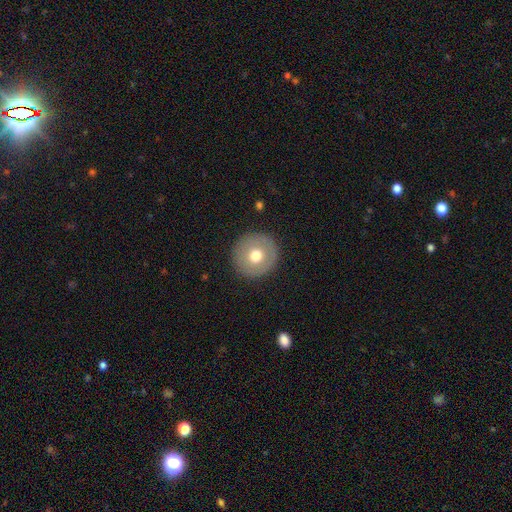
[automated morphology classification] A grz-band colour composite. It shows a smooth galaxy with no disk features (65%) that is round (95%). Merging: none (90%).